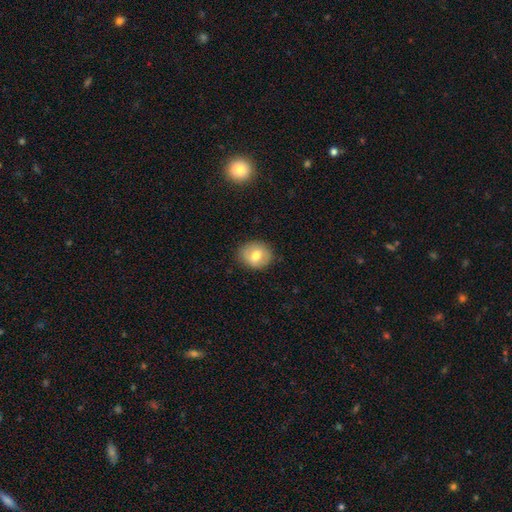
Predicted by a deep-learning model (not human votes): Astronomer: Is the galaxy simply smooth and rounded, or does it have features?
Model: smooth — 64%.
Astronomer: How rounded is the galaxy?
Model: round — 61% (runner-up: in between, 38%).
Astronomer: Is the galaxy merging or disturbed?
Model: none — 85%.